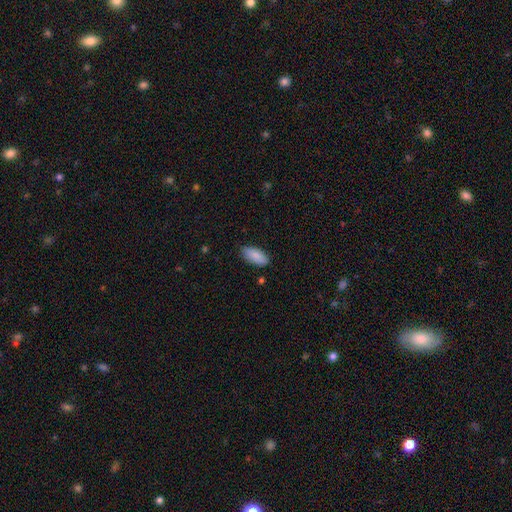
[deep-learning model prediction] Smooth or featured?
  - smooth: 88% *
  - star or artifact: 6%
  - featured or disk: 6%
How rounded?
  - in between: 87% *
  - cigar-shaped: 12%
  - round: 2%
Merging?
  - none: 83% *
  - minor disturbance: 13%
  - major disturbance: 2%
  - merger: 1%